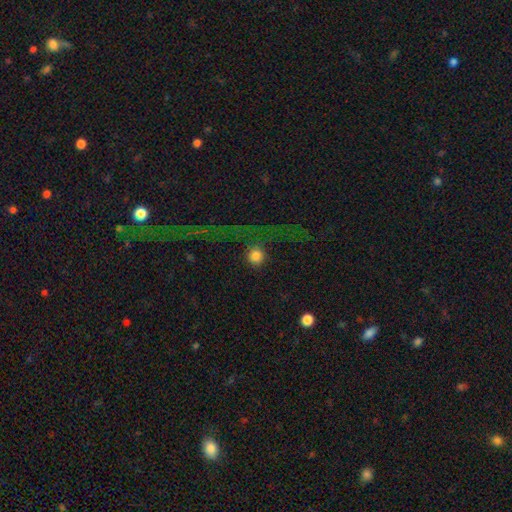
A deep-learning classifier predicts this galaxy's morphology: The model was most divided on "merging": none: 70%, major disturbance: 15%, minor disturbance: 9%, merger: 6%. More confident: how rounded — round (95%); smooth or featured — smooth (79%).